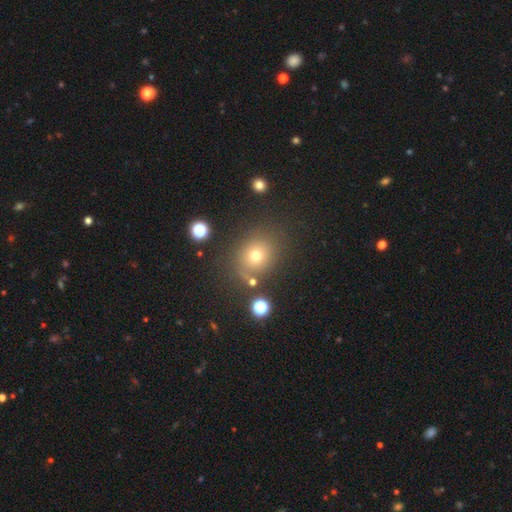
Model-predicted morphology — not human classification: A smooth galaxy with no disk features (68%) that is round (69%).

Vote fractions:
- Smooth or featured? smooth: 68% / star or artifact: 20% / featured or disk: 12%
- How rounded? round: 69% / in between: 30% / cigar-shaped: 1%
- Merging? none: 76% / minor disturbance: 12% / merger: 6% / major disturbance: 6%